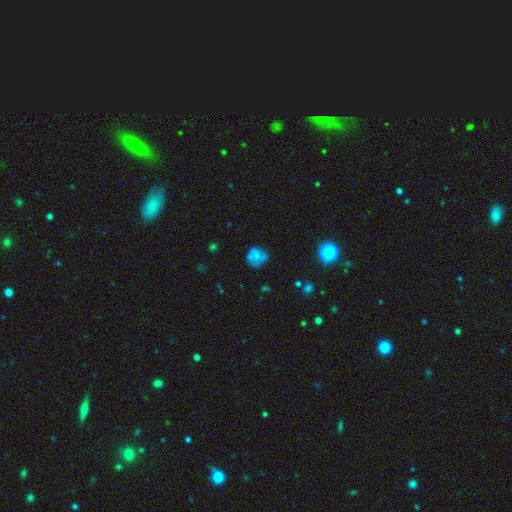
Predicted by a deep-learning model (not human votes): Smooth or featured?
  - smooth: 62% *
  - featured or disk: 24%
  - star or artifact: 14%
How rounded?
  - round: 73% *
  - in between: 26%
  - cigar-shaped: 1%
Merging?
  - none: 53% *
  - minor disturbance: 26%
  - major disturbance: 14%
  - merger: 7%